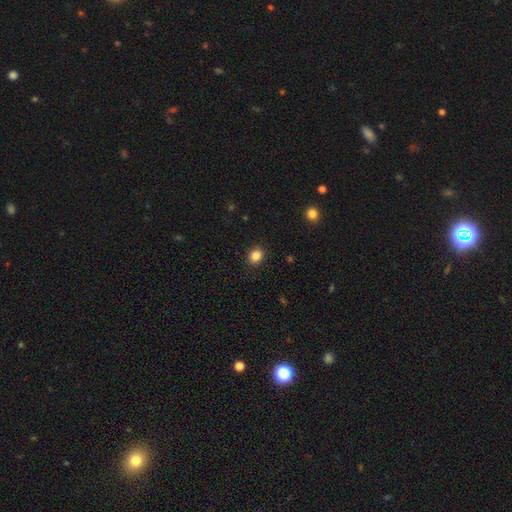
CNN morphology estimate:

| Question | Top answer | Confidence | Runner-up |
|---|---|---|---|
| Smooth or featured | smooth | 86% | star or artifact (10%) |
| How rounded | round | 57% | in between (42%) |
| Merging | none | 90% | minor disturbance (7%) |